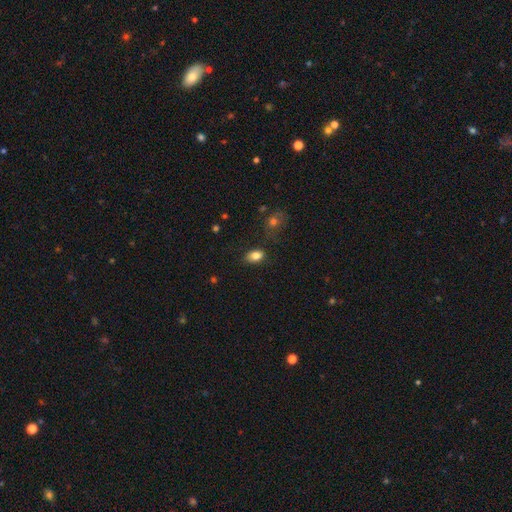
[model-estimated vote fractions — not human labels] A smooth galaxy with no disk features (82%) that is in between round and cigar-shaped (83%).

Vote fractions:
- Smooth or featured? smooth: 82% / star or artifact: 10% / featured or disk: 8%
- How rounded? in between: 83% / round: 16% / cigar-shaped: 2%
- Merging? none: 75% / minor disturbance: 18% / major disturbance: 4% / merger: 3%